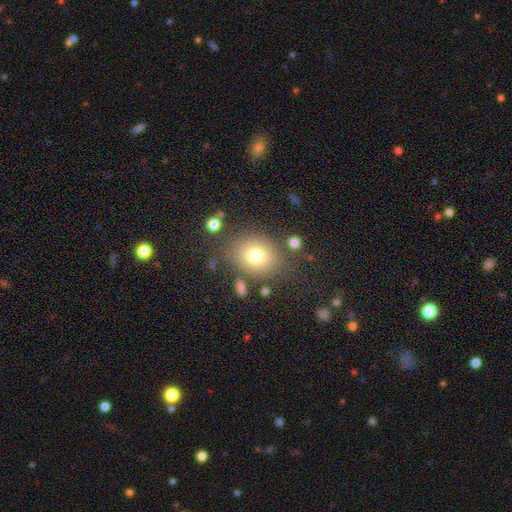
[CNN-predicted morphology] A smooth galaxy with no disk features (76%) that is round (50%).

Vote fractions:
- Smooth or featured? smooth: 76% / star or artifact: 12% / featured or disk: 12%
- How rounded? round: 50% / in between: 49% / cigar-shaped: 1%
- Merging? none: 77% / minor disturbance: 13% / merger: 6% / major disturbance: 5%